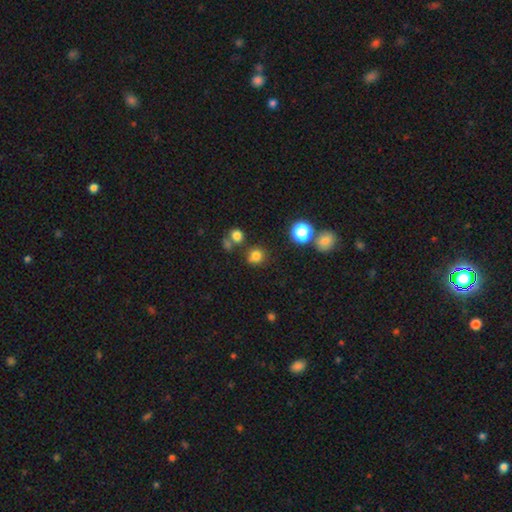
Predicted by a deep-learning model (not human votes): Morphology: type=smooth (78%); roundness=round (86%); merging=none (77%).